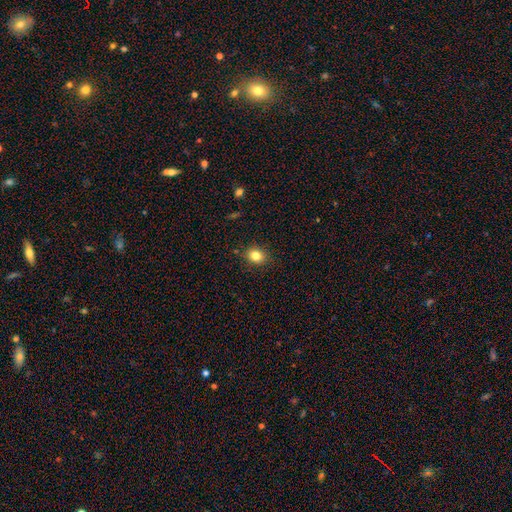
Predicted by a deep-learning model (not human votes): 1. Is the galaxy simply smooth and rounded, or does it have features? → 82% smooth, 11% star or artifact, 7% featured or disk.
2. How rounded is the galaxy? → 53% round, 46% in between, 1% cigar-shaped.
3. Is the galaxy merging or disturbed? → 88% none, 9% minor disturbance, 2% major disturbance, 1% merger.